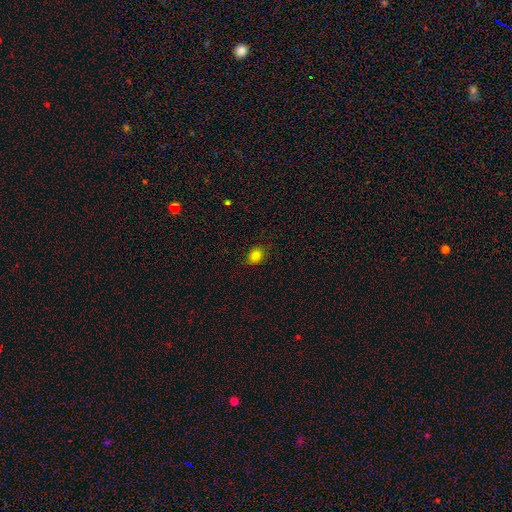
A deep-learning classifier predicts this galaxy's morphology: A smooth galaxy with no disk features (82%) that is round (53%). Merging: none (83%).